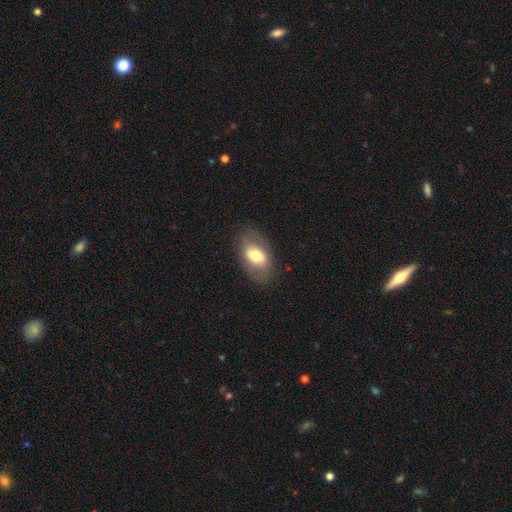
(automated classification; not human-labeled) Smooth or featured: smooth — 63% (featured or disk — 30%)
How rounded: in between — 87% (round — 11%)
Merging: none — 78% (minor disturbance — 14%)